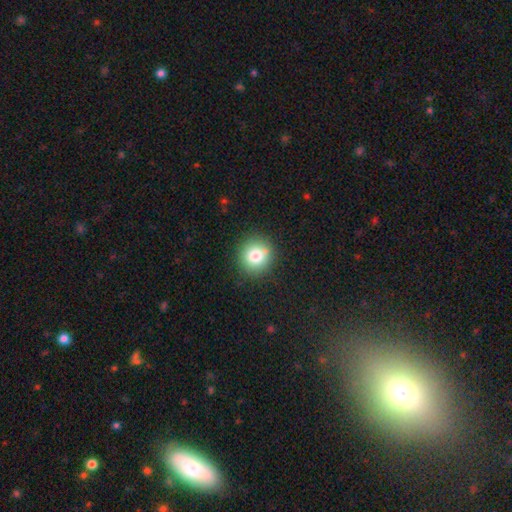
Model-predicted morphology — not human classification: smooth_or_featured: smooth (p=0.79) [alt: star or artifact p=0.12]
how_rounded: round (p=0.91) [alt: in between p=0.08]
merging: none (p=0.86) [alt: minor disturbance p=0.09]